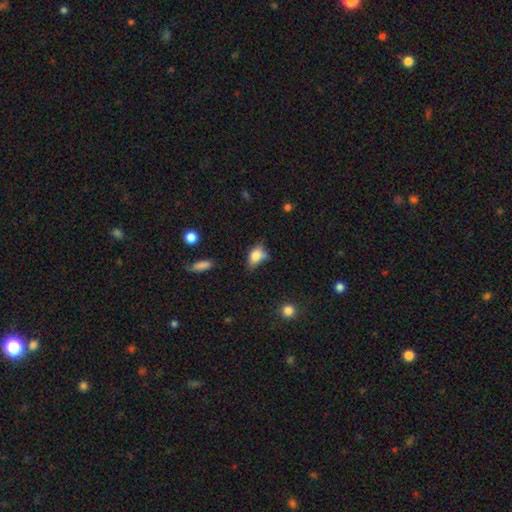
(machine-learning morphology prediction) Smooth or featured? Predicted: smooth (p=0.77). How rounded? Predicted: in between (p=0.78). Merging? Predicted: minor disturbance (p=0.39).